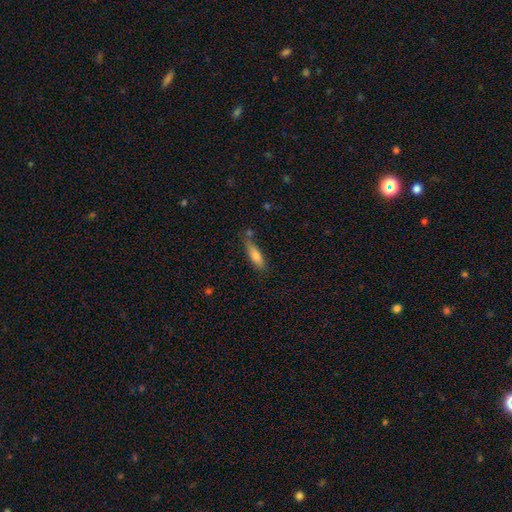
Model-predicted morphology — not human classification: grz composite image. It shows a smooth galaxy with no disk features (71%) that is cigar-shaped (64%). Merging: none (66%).